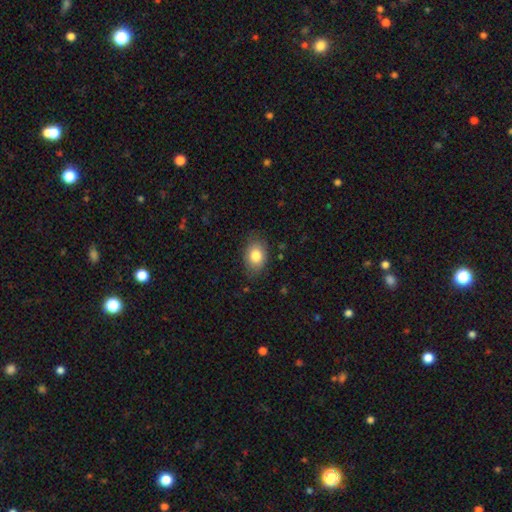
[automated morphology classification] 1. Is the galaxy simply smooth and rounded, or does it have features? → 81% smooth, 11% featured or disk, 8% star or artifact.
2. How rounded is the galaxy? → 78% in between, 21% round, 1% cigar-shaped.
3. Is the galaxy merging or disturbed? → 81% none, 15% minor disturbance, 3% major disturbance, 1% merger.